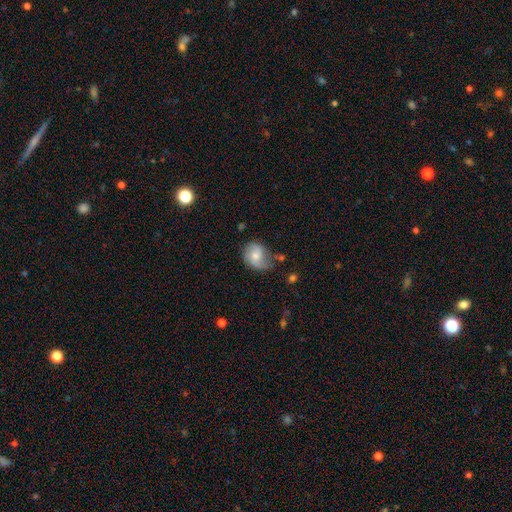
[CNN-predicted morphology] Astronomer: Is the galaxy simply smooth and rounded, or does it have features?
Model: smooth — 51% (runner-up: featured or disk, 41%).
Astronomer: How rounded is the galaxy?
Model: round — 56% (runner-up: in between, 43%).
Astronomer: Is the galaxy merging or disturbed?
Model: none — 51% (runner-up: minor disturbance, 33%).